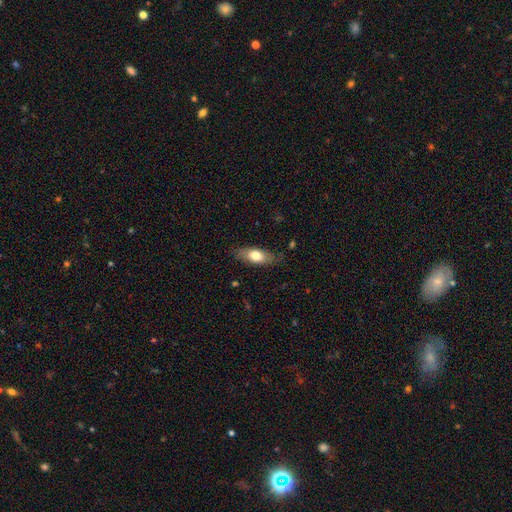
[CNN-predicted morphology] Smooth or featured?
  - smooth: 71% *
  - featured or disk: 23%
  - star or artifact: 6%
How rounded?
  - in between: 76% *
  - cigar-shaped: 20%
  - round: 3%
Merging?
  - none: 80% *
  - minor disturbance: 15%
  - major disturbance: 3%
  - merger: 1%